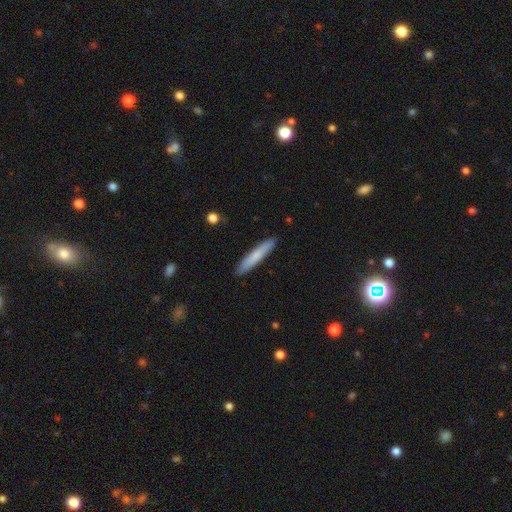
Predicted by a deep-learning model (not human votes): Morphology: type=smooth (76%); roundness=cigar-shaped (93%); merging=none (90%).